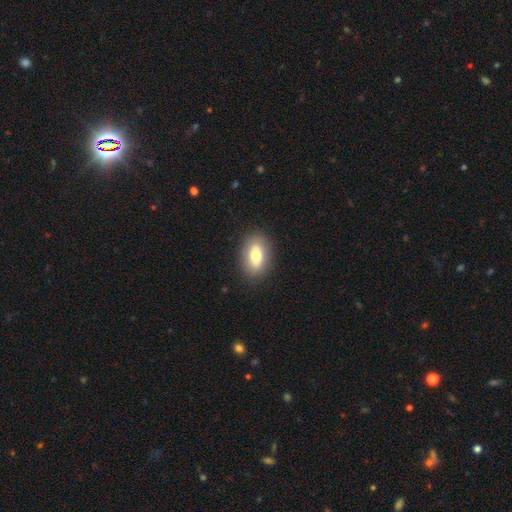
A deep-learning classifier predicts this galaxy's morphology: The model was most divided on "smooth or featured": smooth: 72%, featured or disk: 21%, star or artifact: 8%. More confident: merging — none (87%); how rounded — in between (86%).